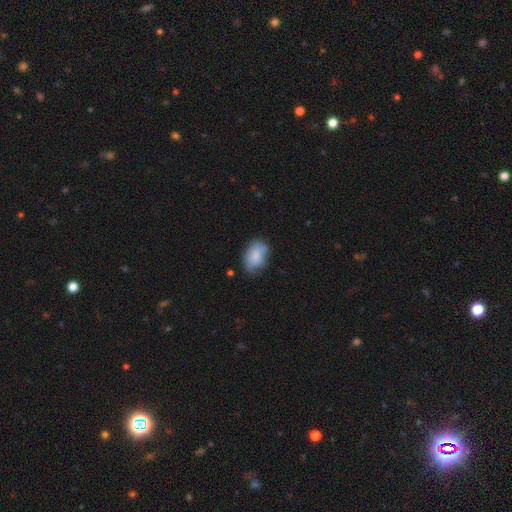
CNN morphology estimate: Smooth or featured? Predicted: smooth (p=0.77). How rounded? Predicted: in between (p=0.82). Merging? Predicted: none (p=0.54).